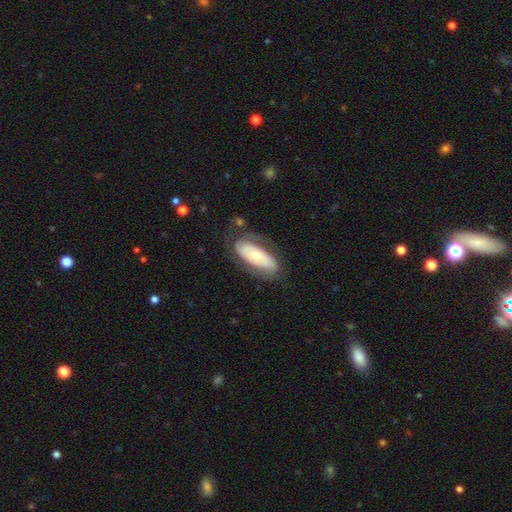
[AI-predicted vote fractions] featured or disk 56%, smooth 39%, star or artifact 6%. Down the decision tree: edge-on disk — no (86%); merging — none (64%).